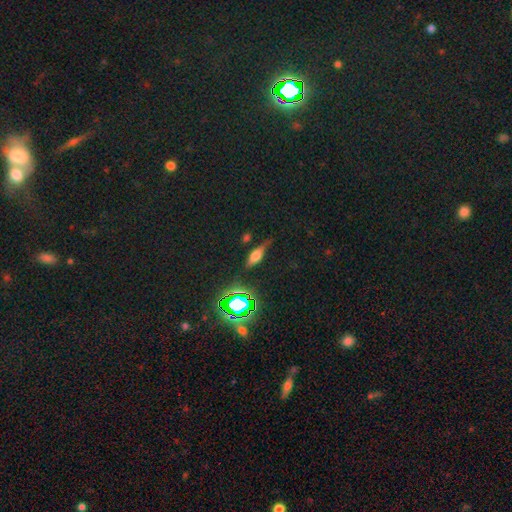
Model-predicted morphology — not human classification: Overall: smooth (43%; featured or disk 36%). Merging: none (67%).